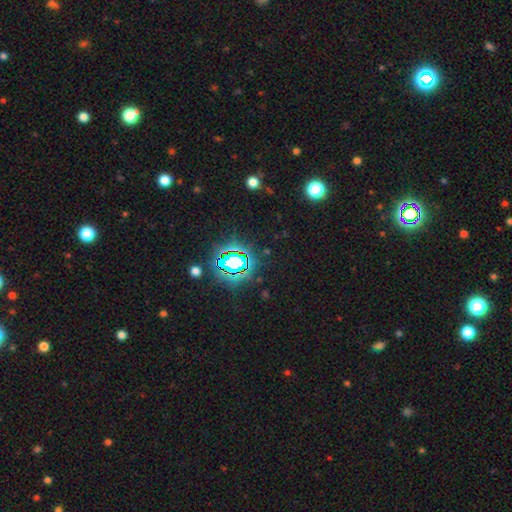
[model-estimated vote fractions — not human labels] This is likely a star or artifact rather than a galaxy (80%).